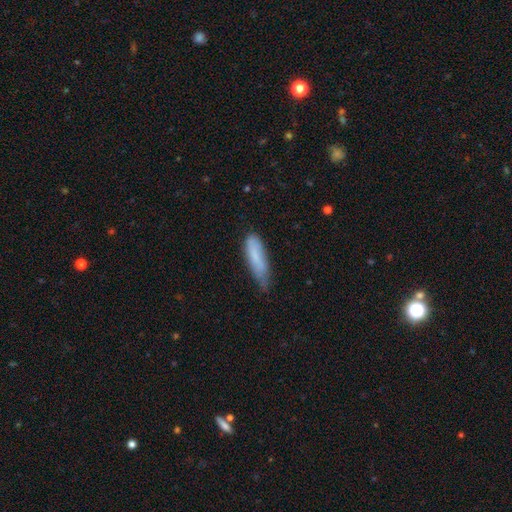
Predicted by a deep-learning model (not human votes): Smooth or featured: smooth — 76% (featured or disk — 17%)
How rounded: cigar-shaped — 60% (in between — 38%)
Merging: none — 44% (minor disturbance — 43%)